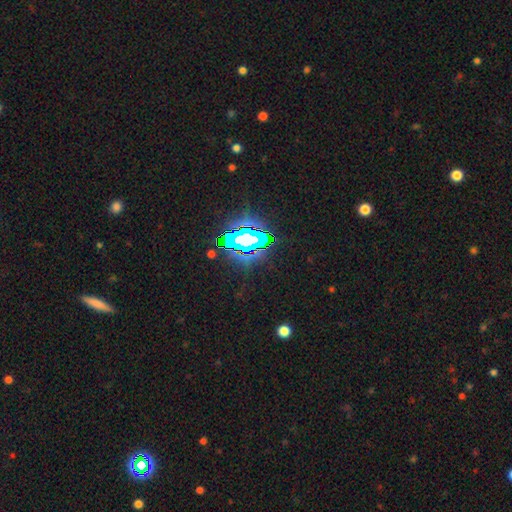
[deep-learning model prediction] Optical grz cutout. It shows a star or artifact, not a galaxy (82%).